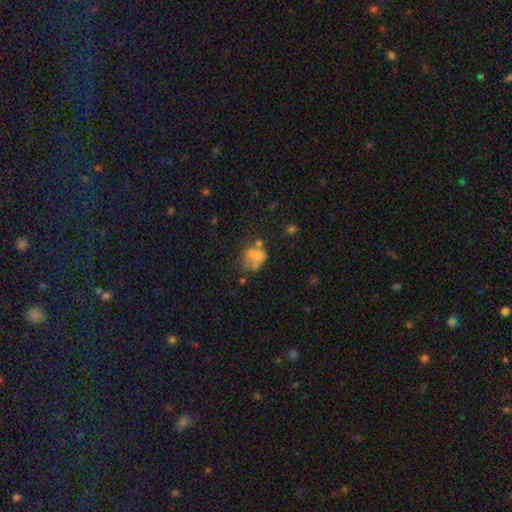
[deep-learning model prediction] Smooth or featured: smooth — 53% (featured or disk — 34%)
How rounded: in between — 57% (round — 41%)
Merging: major disturbance — 27% (tied with merger — 27%)